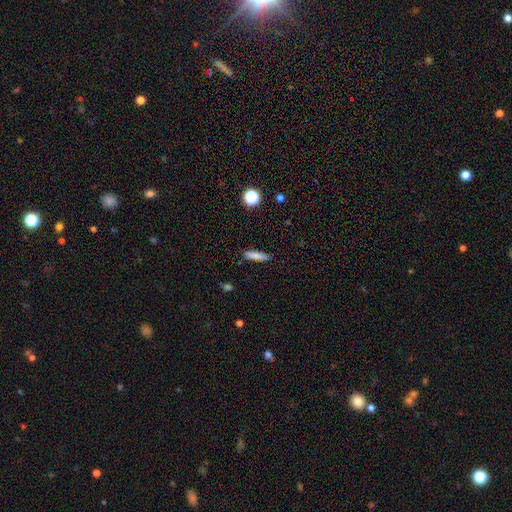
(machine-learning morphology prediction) A smooth galaxy with no disk features (80%) that is cigar-shaped (72%). Merging: none (86%).